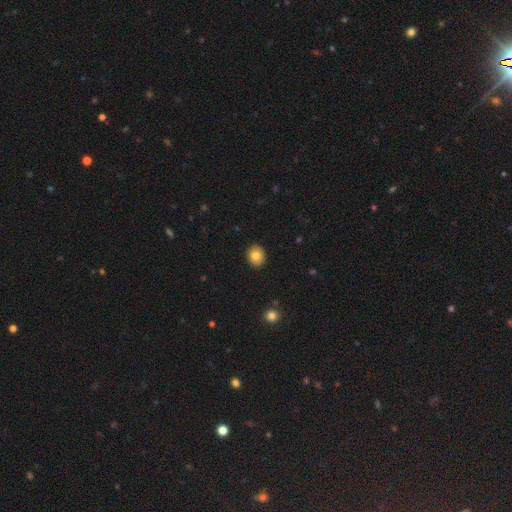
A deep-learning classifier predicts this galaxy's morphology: smooth_or_featured: smooth (p=0.82) [alt: featured or disk p=0.10]
how_rounded: round (p=0.67) [alt: in between p=0.32]
merging: none (p=0.92) [alt: minor disturbance p=0.06]